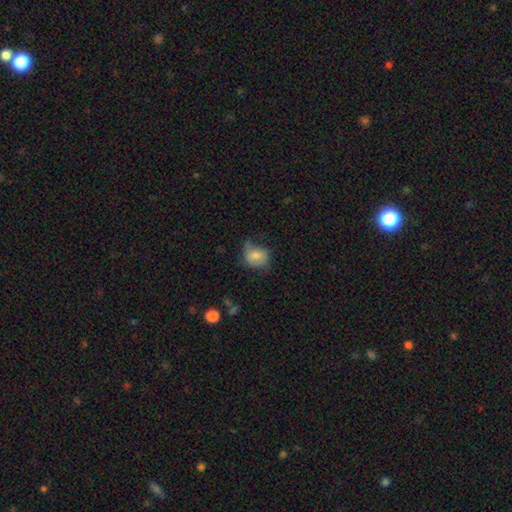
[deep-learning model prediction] Q: Smooth or featured?
A: smooth (69%); runner-up: featured or disk (22%)
Q: How rounded?
A: round (53%); runner-up: in between (46%)
Q: Merging?
A: none (44%); runner-up: minor disturbance (36%)